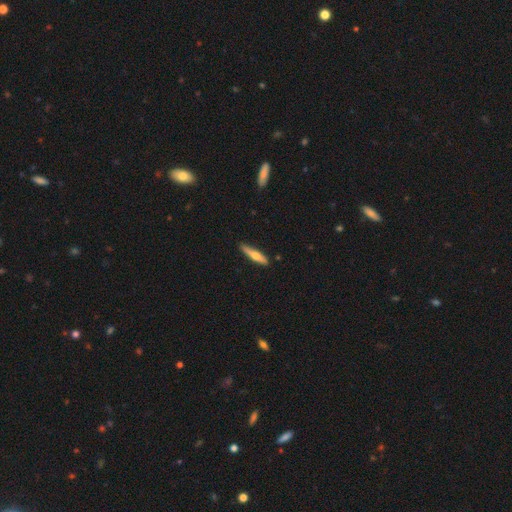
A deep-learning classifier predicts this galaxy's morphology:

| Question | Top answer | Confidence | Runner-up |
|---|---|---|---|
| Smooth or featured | smooth | 53% | featured or disk (42%) |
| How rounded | cigar-shaped | 85% | in between (13%) |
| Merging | none | 85% | minor disturbance (11%) |